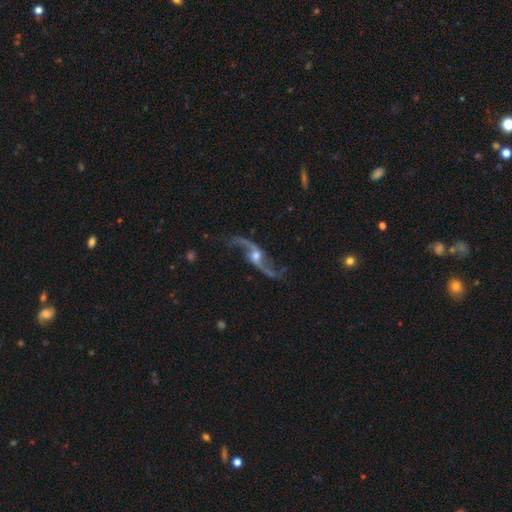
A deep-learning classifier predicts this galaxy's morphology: Overall: featured or disk (92%). Edge-on disk: no (93%). Bar: no (55%; weak 32%). Spiral arms: yes (97%). Spiral arm count: 2 (95%). Spiral winding: loose (92%). Bulge size: moderate (63%; small 28%). Merging: none (77%).